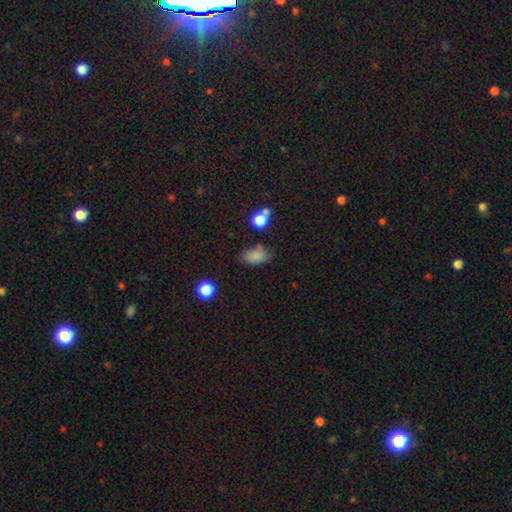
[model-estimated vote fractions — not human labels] This appears to be a smooth galaxy with no disk features (82%) that is in between round and cigar-shaped (87%). Merging: none (68%).